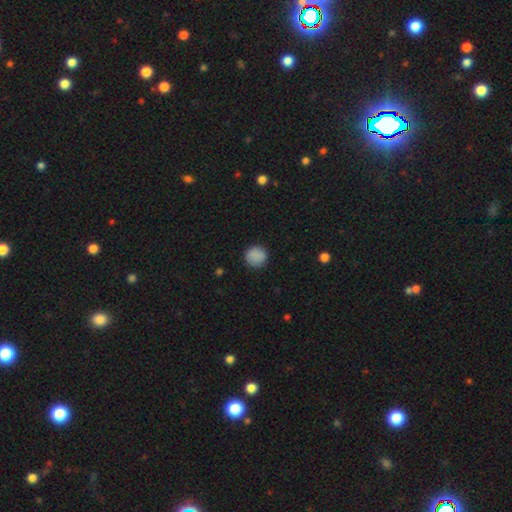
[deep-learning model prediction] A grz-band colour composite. It shows a smooth galaxy with no disk features (87%) that is round (91%). Merging: none (89%).